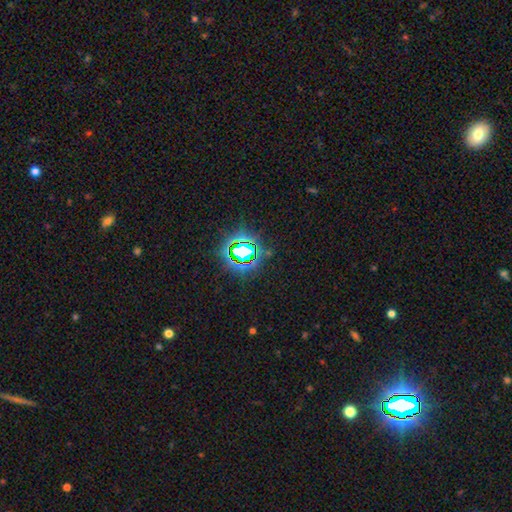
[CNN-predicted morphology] Smooth or featured: star or artifact — 80% (smooth — 12%)